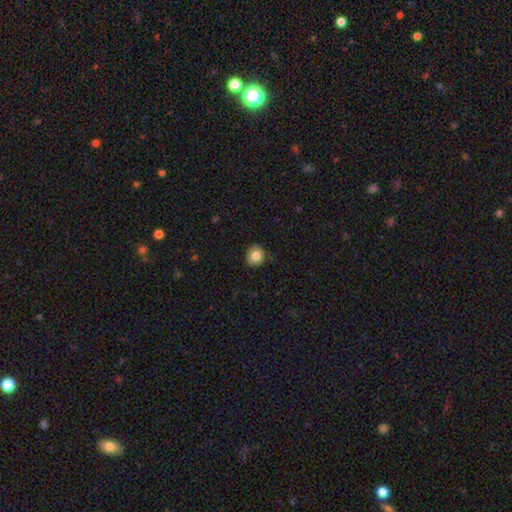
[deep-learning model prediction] The model was most divided on "smooth or featured": smooth: 80%, featured or disk: 10%, star or artifact: 9%. More confident: merging — none (88%); how rounded — round (88%).